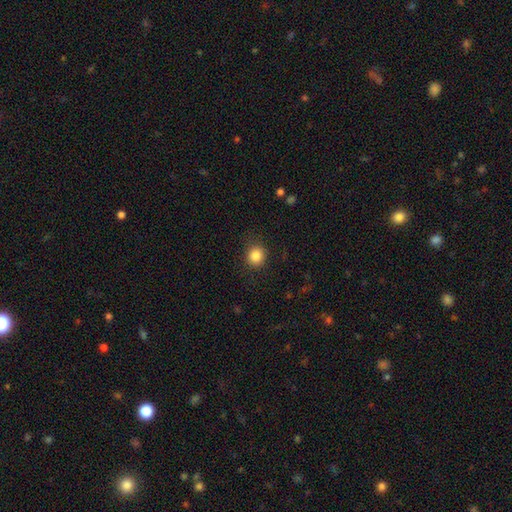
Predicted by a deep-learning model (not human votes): Overall: smooth (85%). How rounded: round (86%). Merging: none (86%).